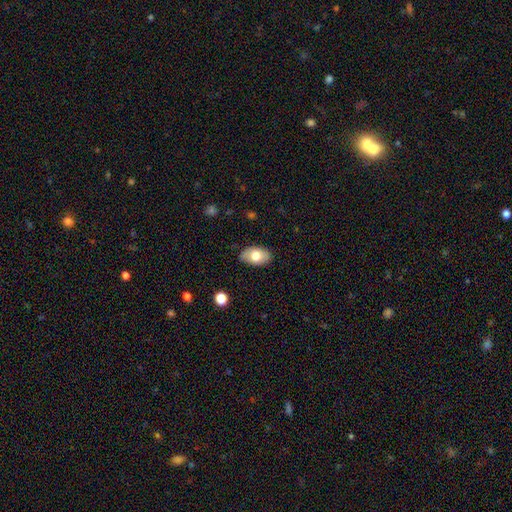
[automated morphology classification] smooth 74%, featured or disk 19%, star or artifact 7%. Down the decision tree: how rounded — in between (92%); merging — none (83%).